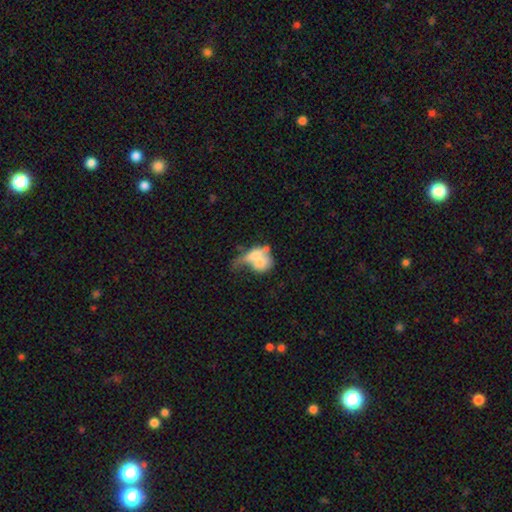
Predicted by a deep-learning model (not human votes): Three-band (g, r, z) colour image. It shows a smooth galaxy with no disk features (56%) that is in between round and cigar-shaped (63%). Merging: merger (45%).